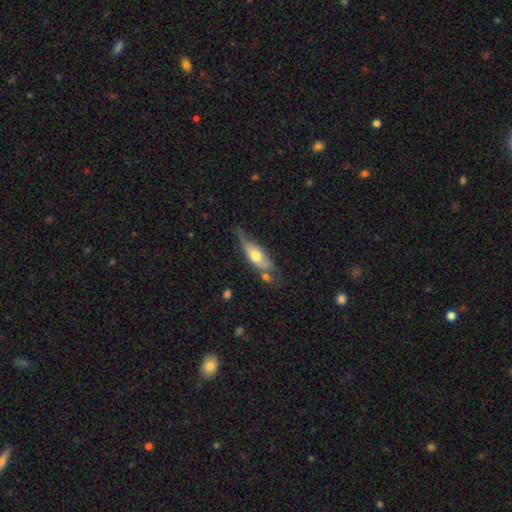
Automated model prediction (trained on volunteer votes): Overall: smooth (49%; featured or disk 45%). Merging: none (48%; minor disturbance 30%).